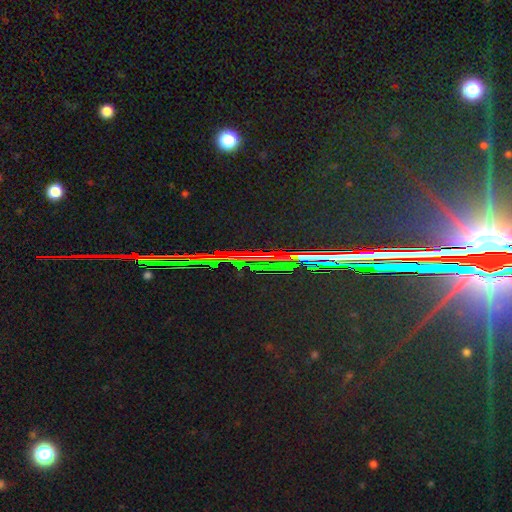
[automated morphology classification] A star or artifact, not a galaxy (85%).

Vote fractions:
- Smooth or featured? star or artifact: 85% / featured or disk: 8% / smooth: 7%